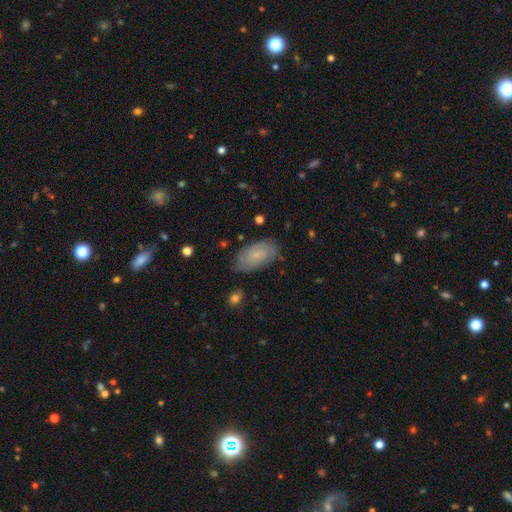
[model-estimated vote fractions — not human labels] Smooth or featured: smooth — 48% (featured or disk — 44%)
Merging: none — 77% (minor disturbance — 18%)